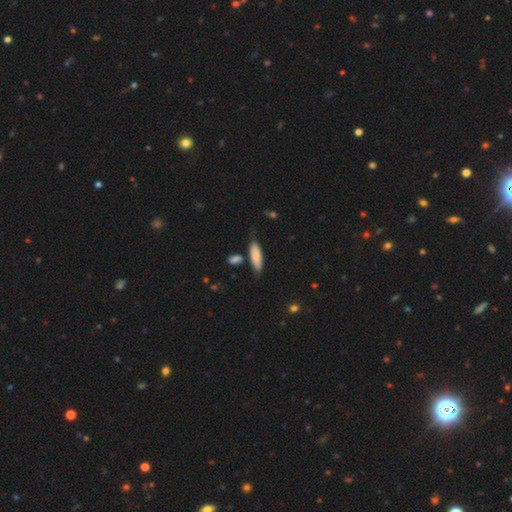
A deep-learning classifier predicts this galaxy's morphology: This is clearly a smooth galaxy (83%). How rounded: possibly in between (50%). Merging: likely none (70%).